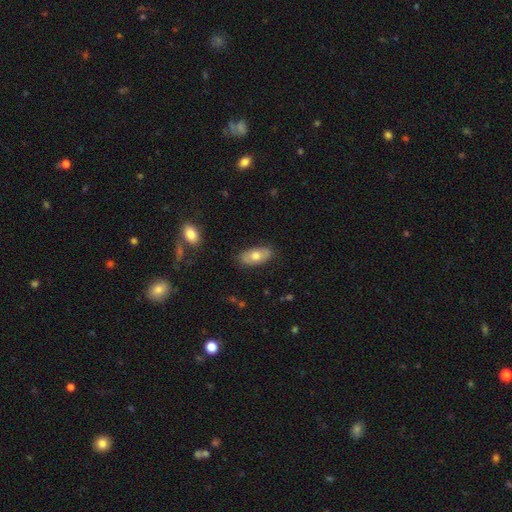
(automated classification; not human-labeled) Overall: smooth (68%). How rounded: in between (92%). Merging: none (83%).